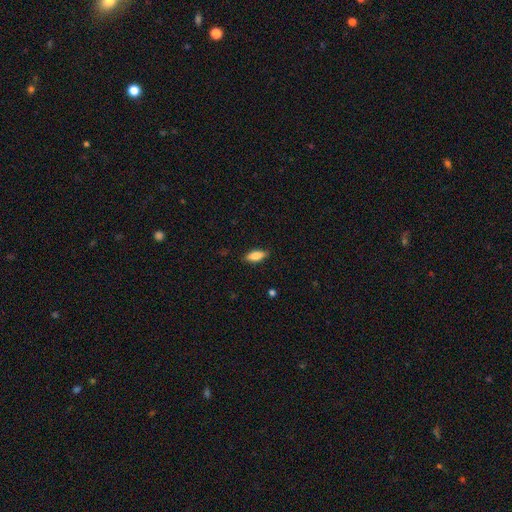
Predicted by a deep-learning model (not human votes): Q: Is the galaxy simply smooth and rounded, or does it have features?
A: smooth — 80%.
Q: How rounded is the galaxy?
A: in between — 78%.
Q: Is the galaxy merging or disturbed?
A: none — 86%.